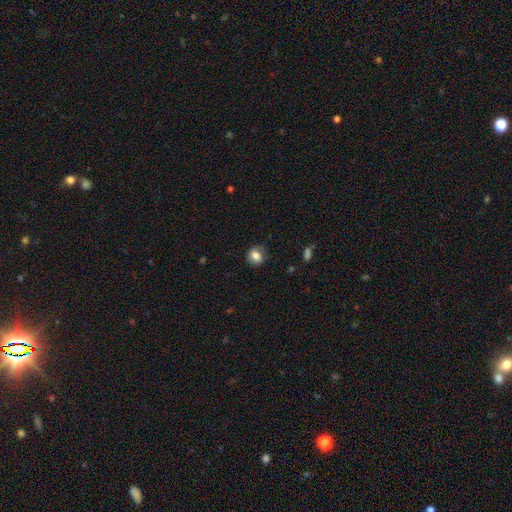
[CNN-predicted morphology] This appears to be a smooth galaxy with no disk features (80%) that is round (67%). Merging: none (73%).